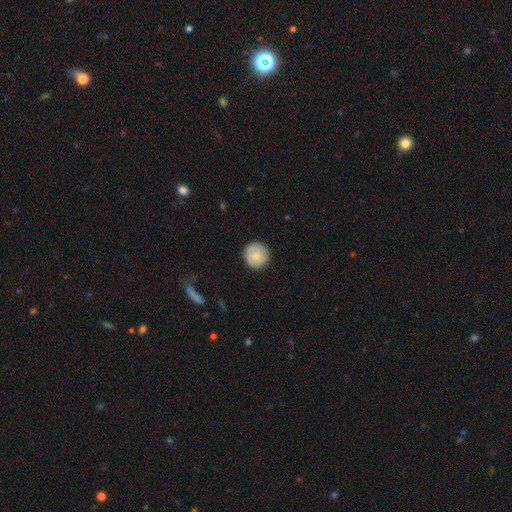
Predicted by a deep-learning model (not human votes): smooth-or-featured: smooth: 75% | featured or disk: 19% | star or artifact: 6%
  how-rounded: round: 95% | in between: 4% | cigar-shaped: 1%
  merging: none: 87% | minor disturbance: 10% | major disturbance: 2% | merger: 1%